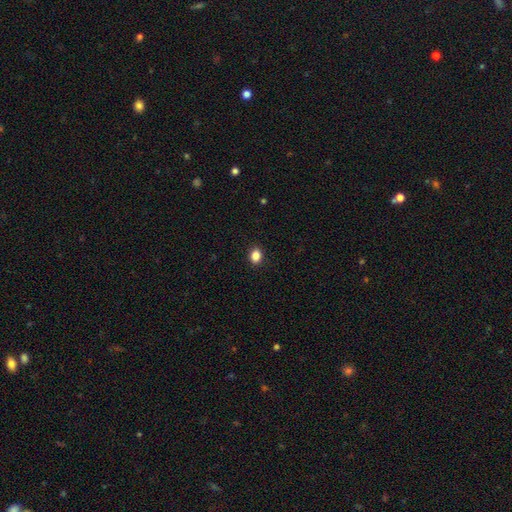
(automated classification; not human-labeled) This appears to be a smooth galaxy with no disk features (87%) that is in between round and cigar-shaped (63%). Merging: none (91%).